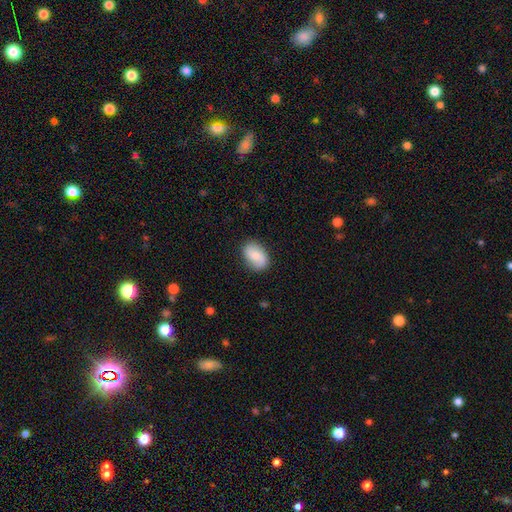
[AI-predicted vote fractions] A smooth galaxy with no disk features (73%) that is in between round and cigar-shaped (87%).

Vote fractions:
- Smooth or featured? smooth: 73% / featured or disk: 20% / star or artifact: 7%
- How rounded? in between: 87% / round: 12% / cigar-shaped: 1%
- Merging? none: 82% / minor disturbance: 14% / major disturbance: 3% / merger: 1%